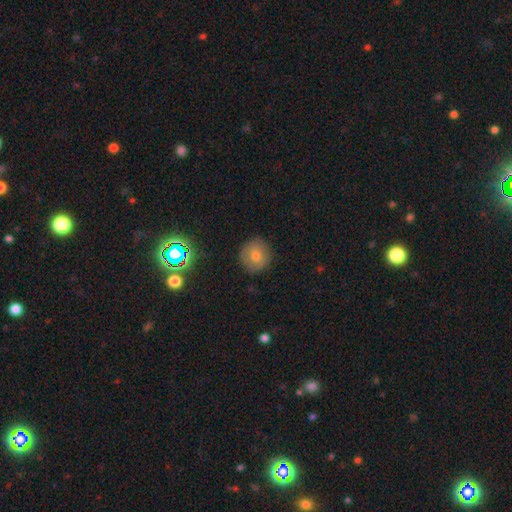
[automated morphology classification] A smooth galaxy with no disk features (65%) that is round (91%). Merging: none (87%).